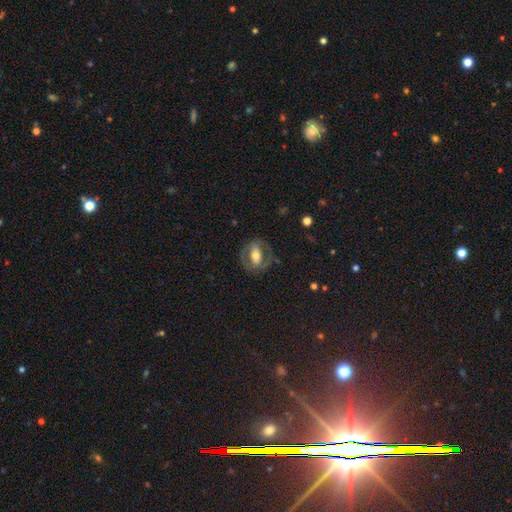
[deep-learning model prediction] A featured or disk galaxy (60%) with a strong bar (40%), no spiral arms (56%) and a moderate central bulge (63%).

Vote fractions:
- Smooth or featured? featured or disk: 60% / smooth: 34% / star or artifact: 6%
- Edge-on disk? no: 92% / yes: 8%
- Bar? strong: 40% / no: 32% / weak: 28%
- Spiral arms? no: 56% / yes: 44%
- Bulge size? moderate: 63% / large: 19% / small: 14% / dominant: 2% / none: 1%
- Merging? none: 69% / minor disturbance: 16% / major disturbance: 14% / merger: 1%